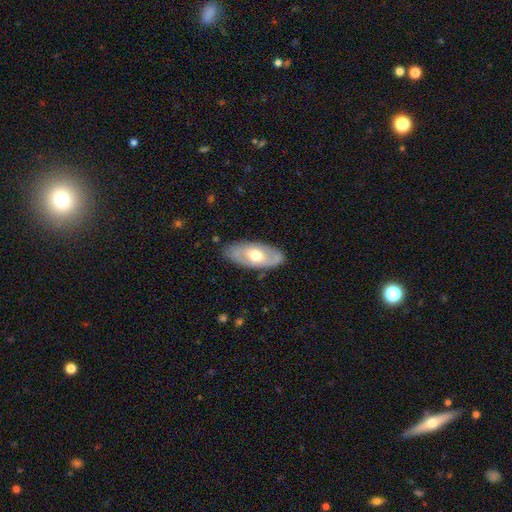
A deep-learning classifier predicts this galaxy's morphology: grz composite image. It shows a featured or disk galaxy (51%). Merging: none (82%).